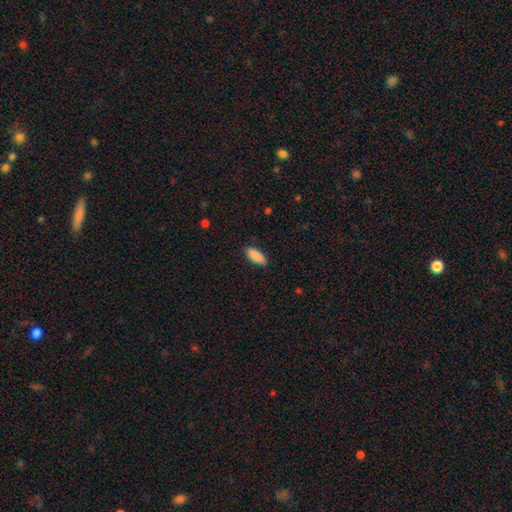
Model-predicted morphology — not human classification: type=smooth (89%); roundness=in between (78%); merging=none (87%).